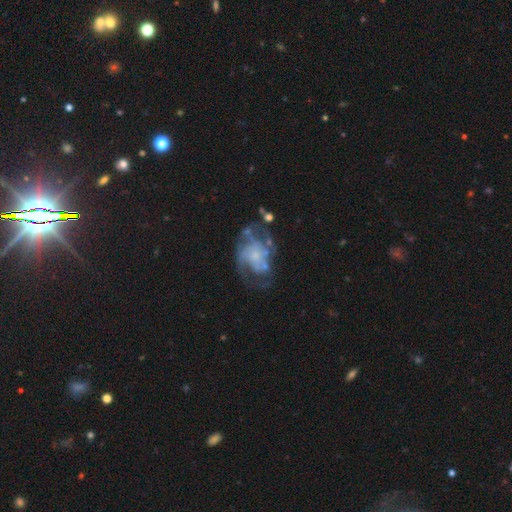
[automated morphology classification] featured or disk 73%, smooth 19%, star or artifact 8%. Down the decision tree: edge-on disk — no (98%); bar — no (79%); spiral arms — yes (63%); bulge size — small (35%); merging — none (43%).